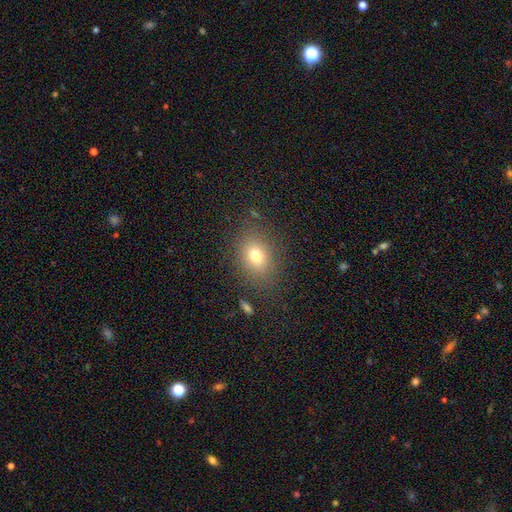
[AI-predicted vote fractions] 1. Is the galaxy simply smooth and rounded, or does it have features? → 72% smooth, 15% star or artifact, 13% featured or disk.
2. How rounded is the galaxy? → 54% in between, 45% round, 1% cigar-shaped.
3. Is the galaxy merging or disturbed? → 82% none, 11% minor disturbance, 5% major disturbance, 2% merger.